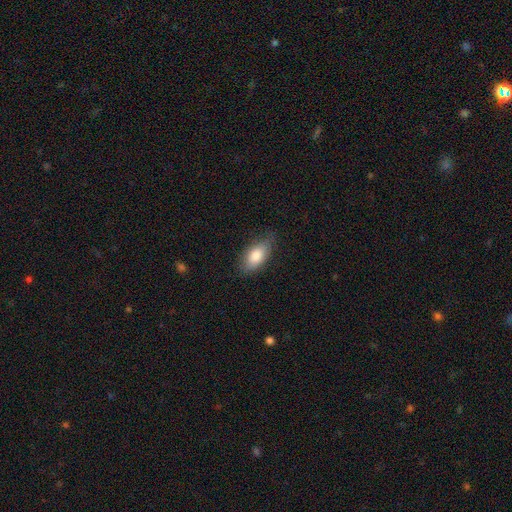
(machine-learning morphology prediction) A smooth galaxy with no disk features (81%) that is in between round and cigar-shaped (89%). Merging: none (75%).